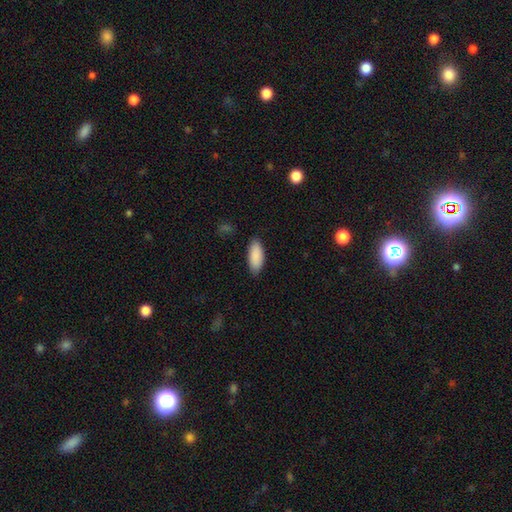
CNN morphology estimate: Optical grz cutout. It shows a smooth galaxy with no disk features (90%) that is in between round and cigar-shaped (83%). Merging: none (85%).